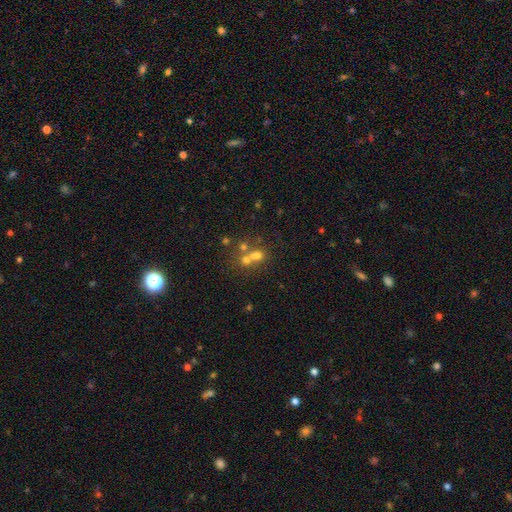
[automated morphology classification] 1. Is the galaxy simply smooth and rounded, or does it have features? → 52% smooth, 26% featured or disk, 22% star or artifact.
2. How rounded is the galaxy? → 76% round, 23% in between, 1% cigar-shaped.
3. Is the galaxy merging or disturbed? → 54% merger, 34% none, 7% minor disturbance, 5% major disturbance.